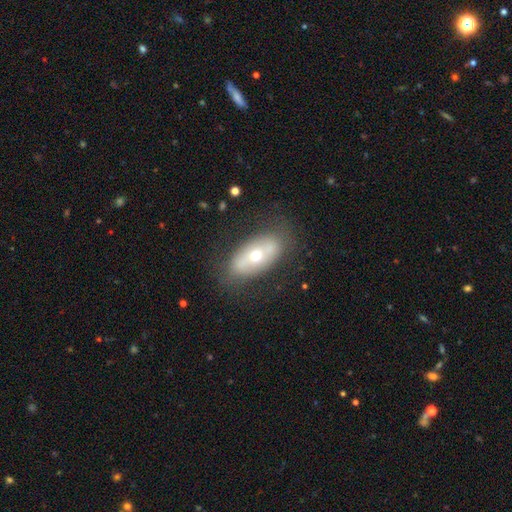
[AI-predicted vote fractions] Smooth or featured?
  - featured or disk: 49% *
  - smooth: 42%
  - star or artifact: 8%
Merging?
  - none: 76% *
  - minor disturbance: 15%
  - major disturbance: 7%
  - merger: 1%